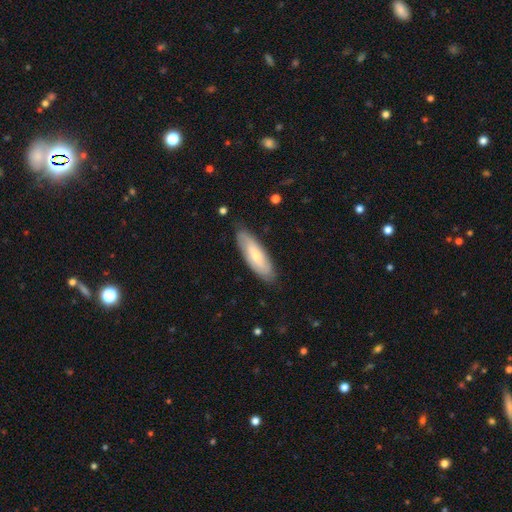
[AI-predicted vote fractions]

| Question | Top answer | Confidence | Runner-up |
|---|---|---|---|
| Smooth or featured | smooth | 59% | featured or disk (36%) |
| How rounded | in between | 56% | cigar-shaped (42%) |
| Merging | none | 82% | minor disturbance (14%) |